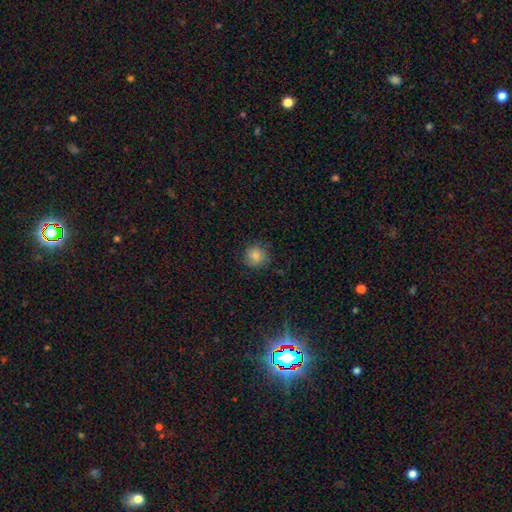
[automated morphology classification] smooth 82%, star or artifact 10%, featured or disk 8%. Down the decision tree: how rounded — round (90%); merging — none (80%).